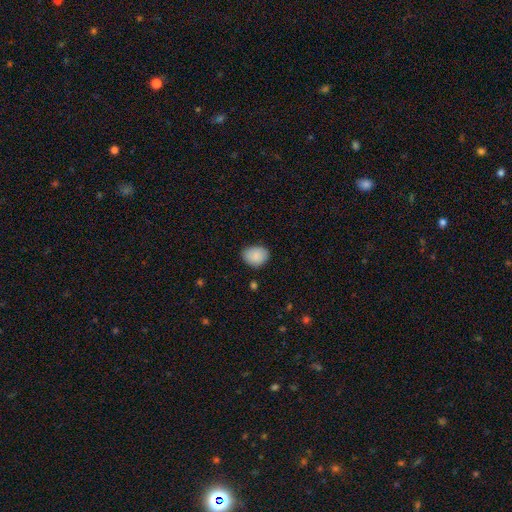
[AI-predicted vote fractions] A smooth galaxy with no disk features (88%) that is in between round and cigar-shaped (58%).

Vote fractions:
- Smooth or featured? smooth: 88% / star or artifact: 7% / featured or disk: 5%
- How rounded? in between: 58% / round: 41% / cigar-shaped: 1%
- Merging? none: 79% / minor disturbance: 17% / major disturbance: 3% / merger: 1%